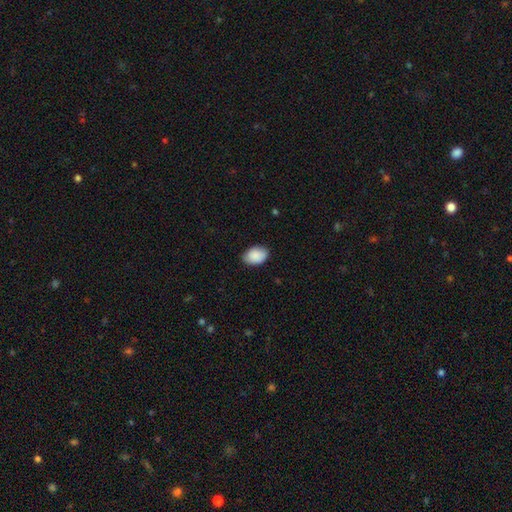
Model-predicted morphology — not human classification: Q: Smooth or featured?
A: smooth (89%); runner-up: star or artifact (6%)
Q: How rounded?
A: in between (85%); runner-up: round (14%)
Q: Merging?
A: none (82%); runner-up: minor disturbance (15%)